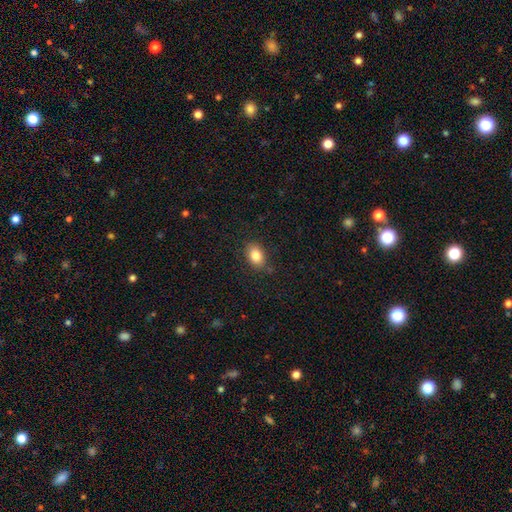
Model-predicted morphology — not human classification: Q: Smooth or featured?
A: smooth (84%); runner-up: star or artifact (9%)
Q: How rounded?
A: in between (77%); runner-up: round (22%)
Q: Merging?
A: none (84%); runner-up: minor disturbance (12%)